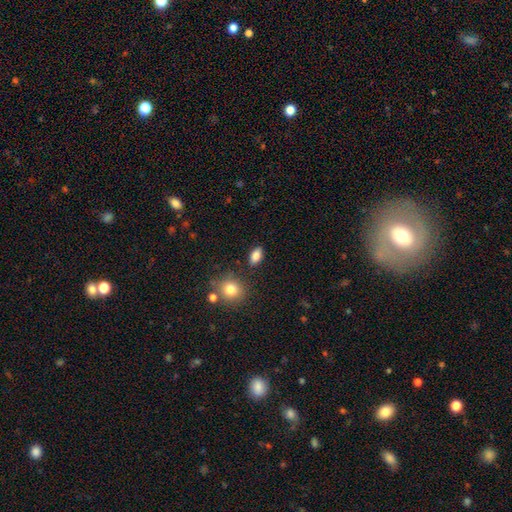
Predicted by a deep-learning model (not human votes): Morphology: type=smooth (85%); roundness=in between (86%); merging=none (86%).